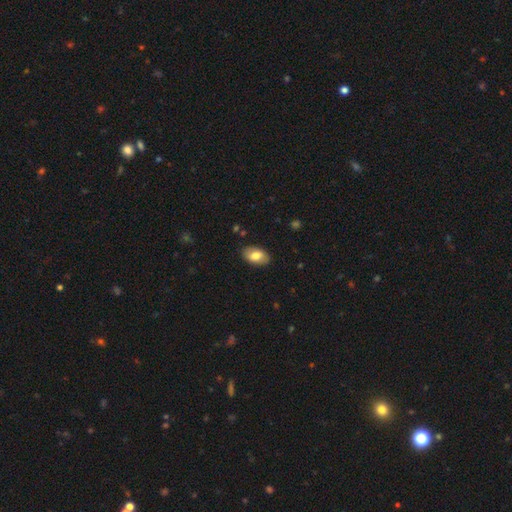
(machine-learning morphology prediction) smooth_or_featured: smooth (p=0.78) [alt: featured or disk p=0.15]
how_rounded: in between (p=0.92) [alt: round p=0.06]
merging: none (p=0.86) [alt: minor disturbance p=0.10]